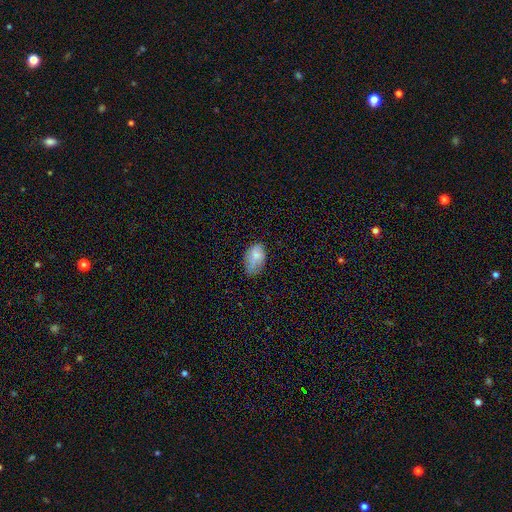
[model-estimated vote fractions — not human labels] The model was most divided on "merging": none: 54%, minor disturbance: 34%, major disturbance: 10%, merger: 2%. More confident: how rounded — in between (91%); smooth or featured — smooth (76%).